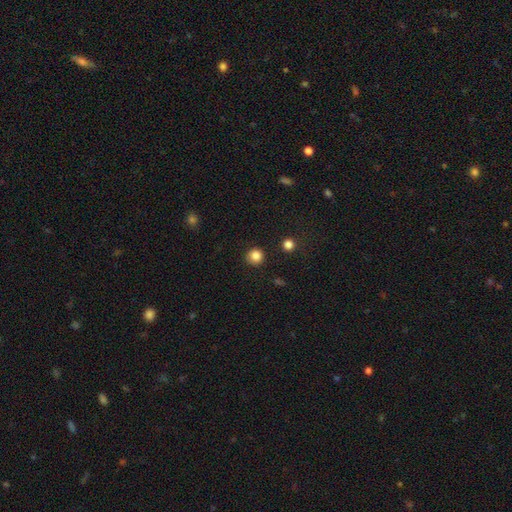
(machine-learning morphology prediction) Smooth or featured: smooth — 85% (star or artifact — 11%)
How rounded: round — 93% (in between — 6%)
Merging: none — 89% (minor disturbance — 7%)